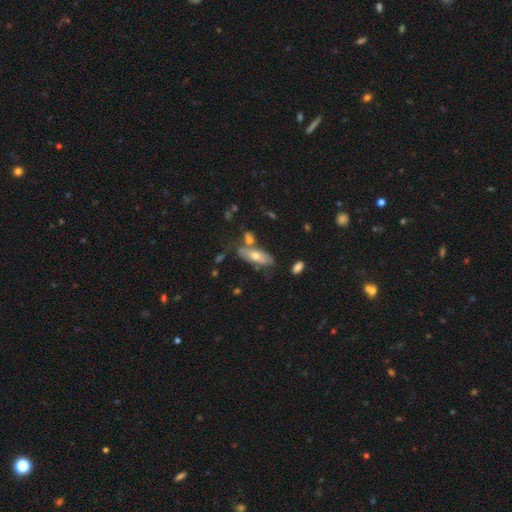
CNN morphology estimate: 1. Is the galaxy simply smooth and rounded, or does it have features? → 52% smooth, 40% featured or disk, 8% star or artifact.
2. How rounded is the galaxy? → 63% in between, 35% cigar-shaped, 3% round.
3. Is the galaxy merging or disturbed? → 59% none, 19% minor disturbance, 15% merger, 7% major disturbance.